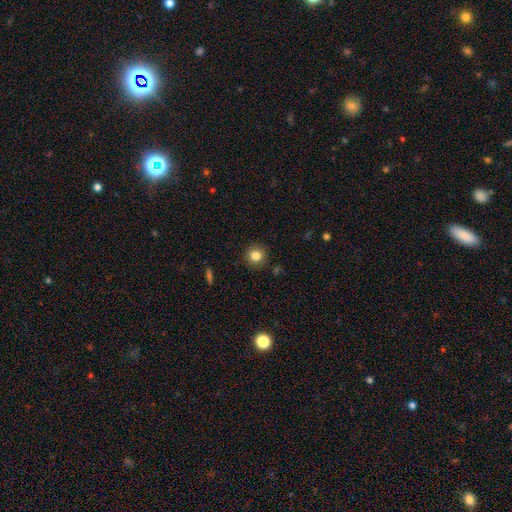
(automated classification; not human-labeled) A smooth galaxy with no disk features (83%) that is round (92%). Merging: none (90%).